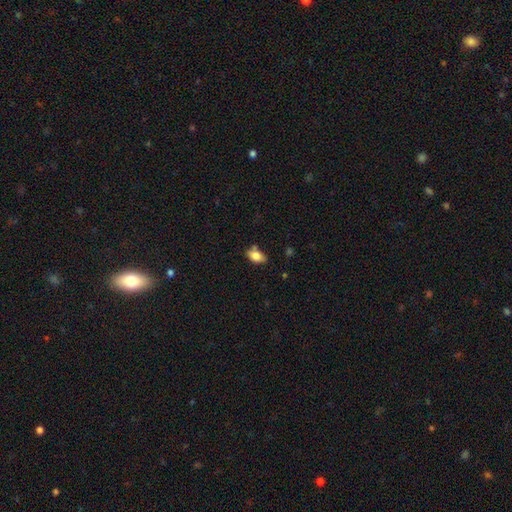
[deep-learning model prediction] smooth_or_featured: smooth (p=0.80) [alt: featured or disk p=0.12]
how_rounded: in between (p=0.88) [alt: round p=0.09]
merging: none (p=0.62) [alt: minor disturbance p=0.25]